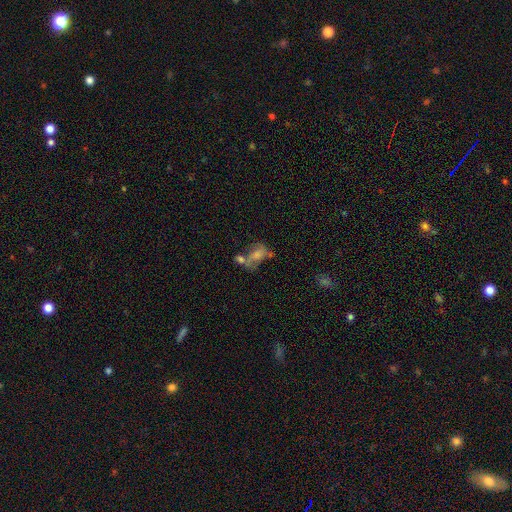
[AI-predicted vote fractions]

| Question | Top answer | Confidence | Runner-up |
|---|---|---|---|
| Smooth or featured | smooth | 39% | featured or disk (38%) |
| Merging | merger | 36% | none (34%) |